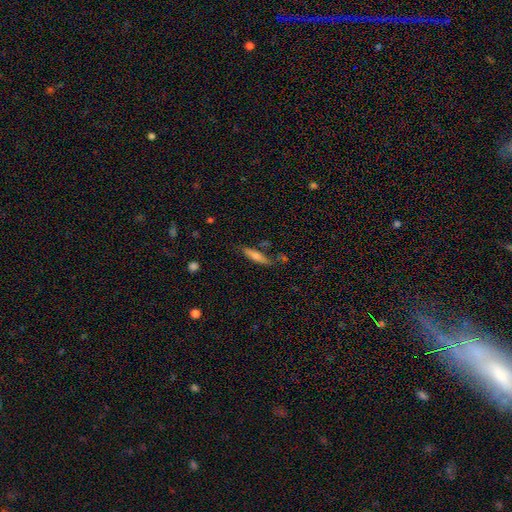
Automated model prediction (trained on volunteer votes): smooth 48%, featured or disk 44%, star or artifact 8%. Down the decision tree: merging — none (72%).